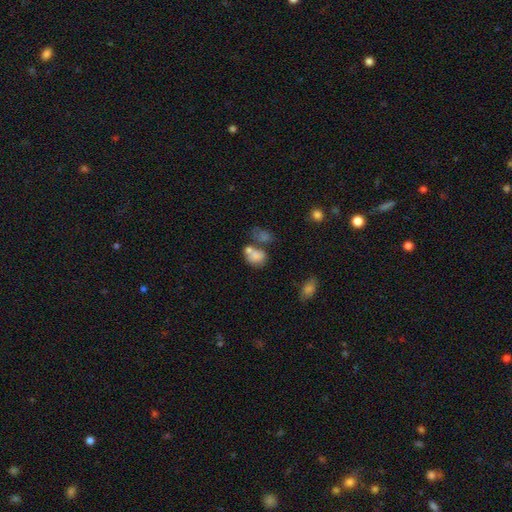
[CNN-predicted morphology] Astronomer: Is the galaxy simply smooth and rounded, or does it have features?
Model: smooth — 74%.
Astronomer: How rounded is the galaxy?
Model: in between — 57% (runner-up: round, 42%).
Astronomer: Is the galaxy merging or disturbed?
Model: merger — 47% (runner-up: none, 29%).